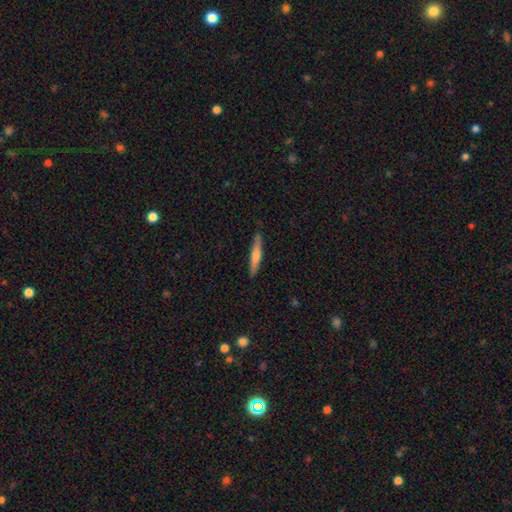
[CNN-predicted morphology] The model was most divided on "smooth or featured": smooth: 48%, featured or disk: 46%, star or artifact: 6%. More confident: merging — none (89%).